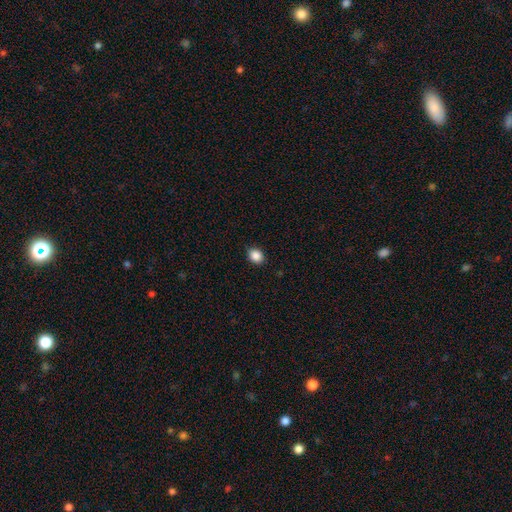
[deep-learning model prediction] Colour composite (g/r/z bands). It shows a smooth galaxy with no disk features (87%) that is round (52%). Merging: none (88%).